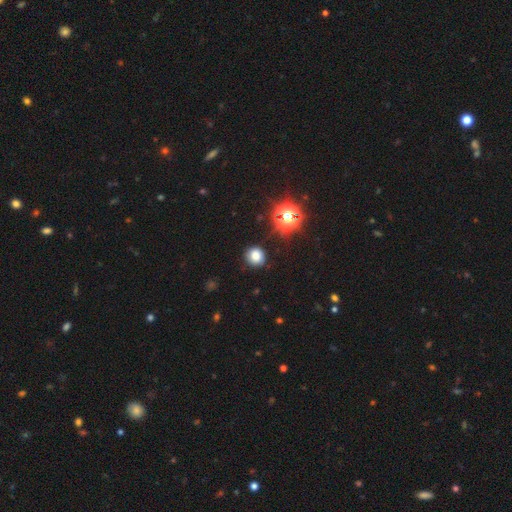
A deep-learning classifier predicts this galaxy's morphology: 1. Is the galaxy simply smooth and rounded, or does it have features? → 78% smooth, 17% star or artifact, 5% featured or disk.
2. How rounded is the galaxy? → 85% round, 14% in between, 1% cigar-shaped.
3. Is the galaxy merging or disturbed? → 85% none, 11% minor disturbance, 3% major disturbance, 2% merger.